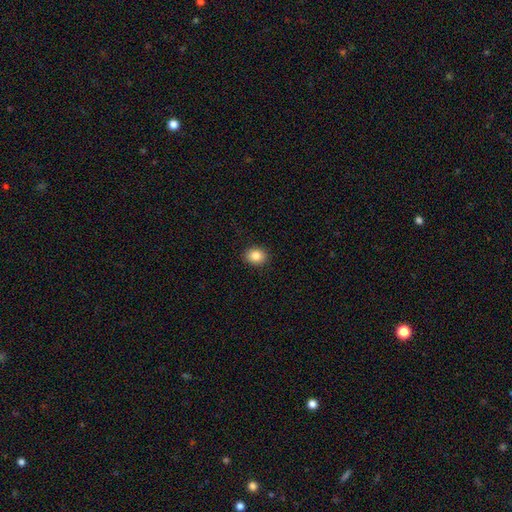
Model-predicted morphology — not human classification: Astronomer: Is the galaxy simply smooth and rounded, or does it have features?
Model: smooth — 84%.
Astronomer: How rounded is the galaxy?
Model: round — 57% (runner-up: in between, 42%).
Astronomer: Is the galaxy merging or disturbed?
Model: none — 91%.